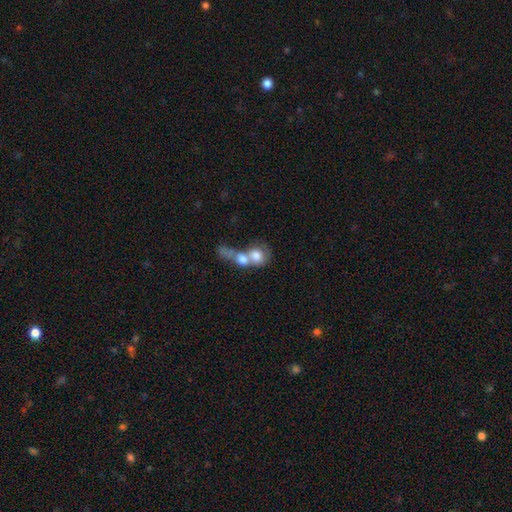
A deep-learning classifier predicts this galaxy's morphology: This appears to be a smooth galaxy with no disk features (69%) that is round (61%). Merging: merger (76%).